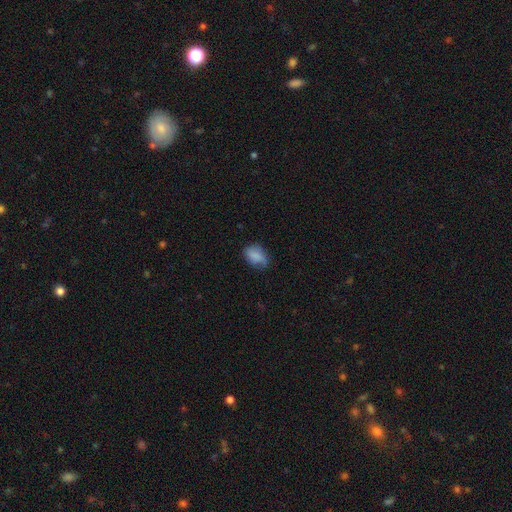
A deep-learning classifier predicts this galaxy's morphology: smooth 80%, featured or disk 12%, star or artifact 8%. Down the decision tree: how rounded — in between (82%); merging — none (56%).